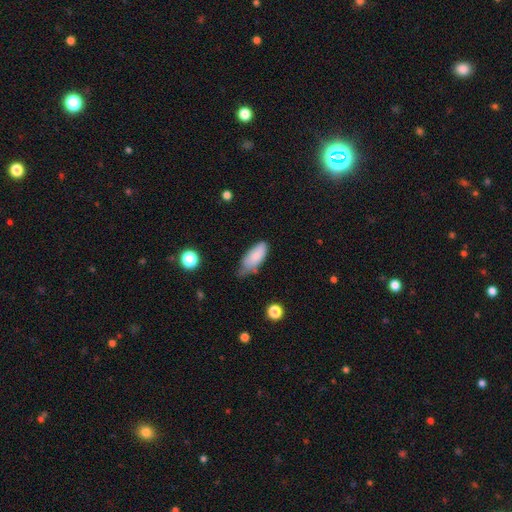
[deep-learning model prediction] The model was most divided on "merging": minor disturbance: 46%, none: 39%, major disturbance: 11%, merger: 3%. More confident: how rounded — in between (85%); smooth or featured — smooth (84%).